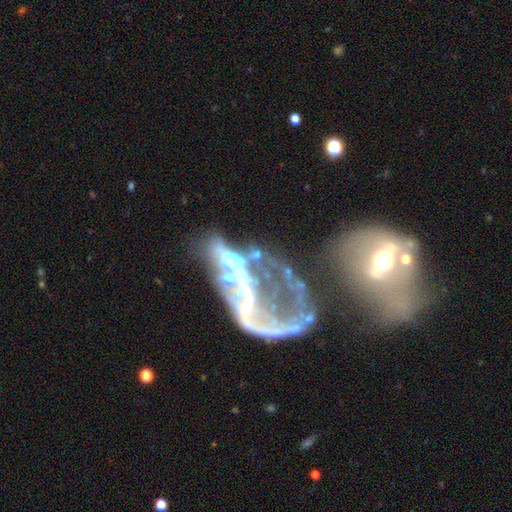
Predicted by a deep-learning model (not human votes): Q: Smooth or featured?
A: featured or disk (71%); runner-up: star or artifact (16%)
Q: Edge-on disk?
A: no (95%); runner-up: yes (5%)
Q: Bar?
A: no (62%); runner-up: weak (20%)
Q: Spiral arms?
A: no (60%); runner-up: yes (40%)
Q: Bulge size?
A: none (43%); runner-up: small (31%)
Q: Merging?
A: major disturbance (43%); runner-up: merger (35%)